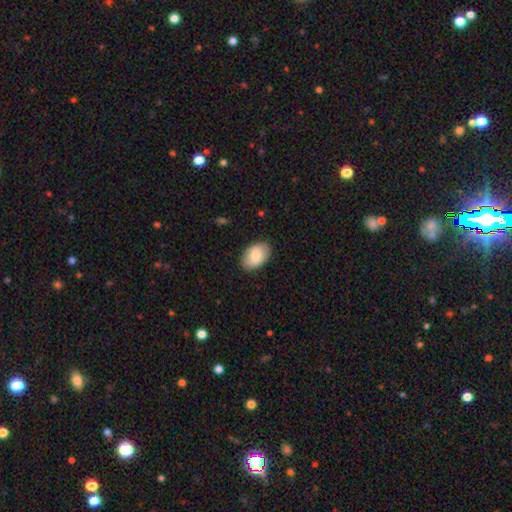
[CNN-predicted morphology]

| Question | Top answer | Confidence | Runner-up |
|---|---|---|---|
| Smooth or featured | smooth | 82% | featured or disk (12%) |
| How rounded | in between | 92% | round (7%) |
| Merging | none | 86% | minor disturbance (11%) |